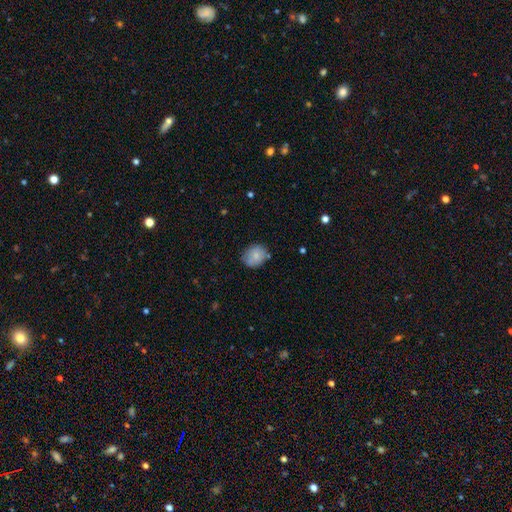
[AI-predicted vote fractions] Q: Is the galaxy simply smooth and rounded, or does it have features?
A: smooth — 79%.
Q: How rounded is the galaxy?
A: round — 54%.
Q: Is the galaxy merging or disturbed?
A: none — 71%.